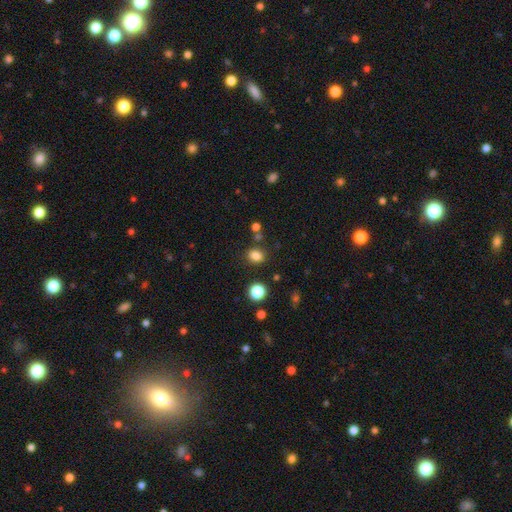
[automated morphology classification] type=smooth (82%); roundness=in between (51%); merging=none (78%).